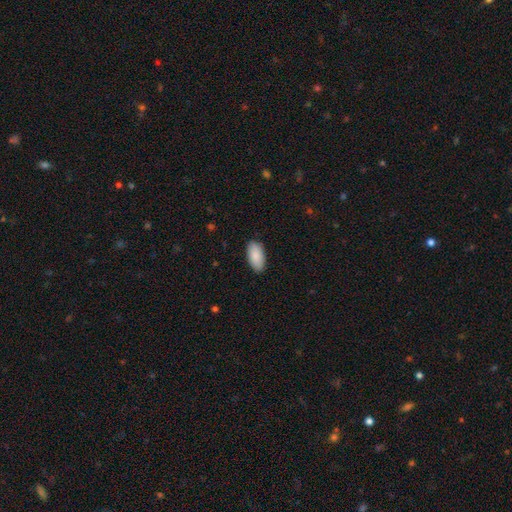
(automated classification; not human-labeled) A smooth galaxy with no disk features (89%) that is in between round and cigar-shaped (94%). Merging: none (87%).